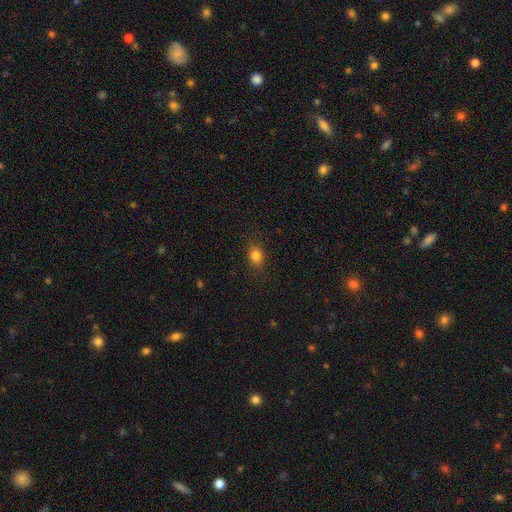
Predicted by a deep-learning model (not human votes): This appears to be a smooth galaxy with no disk features (82%) that is in between round and cigar-shaped (53%). Merging: none (83%).